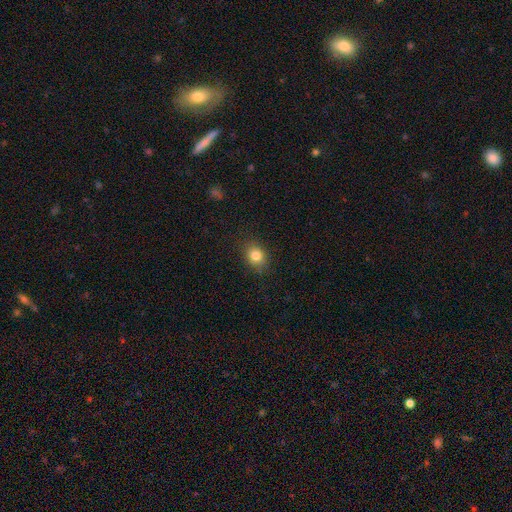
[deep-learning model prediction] Overall: smooth (84%). How rounded: round (52%; in between 47%). Merging: none (86%).